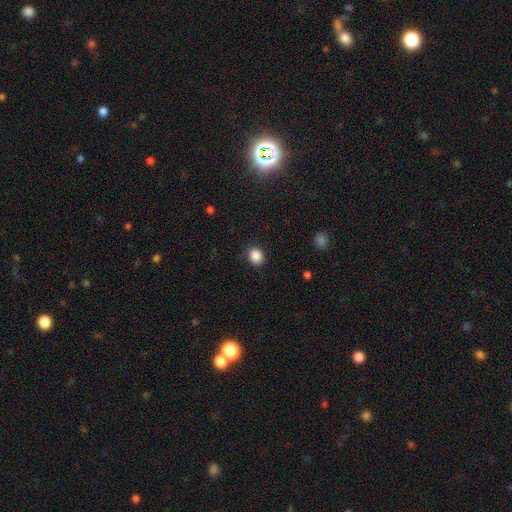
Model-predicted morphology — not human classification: This appears to be a smooth galaxy with no disk features (87%) that is round (76%). Merging: none (82%).